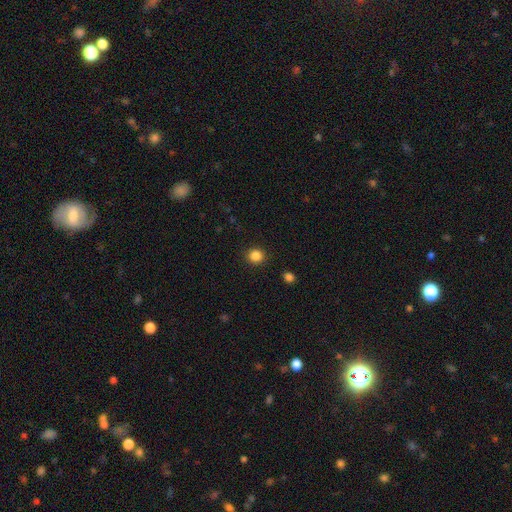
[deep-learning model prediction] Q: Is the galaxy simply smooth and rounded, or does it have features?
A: smooth — 85%.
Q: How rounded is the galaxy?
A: round — 90%.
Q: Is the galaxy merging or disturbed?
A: none — 91%.